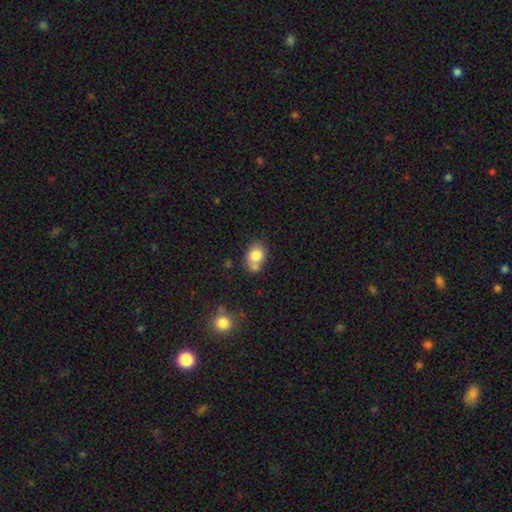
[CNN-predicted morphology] smooth 80%, featured or disk 11%, star or artifact 9%. Down the decision tree: how rounded — in between (58%); merging — none (48%).